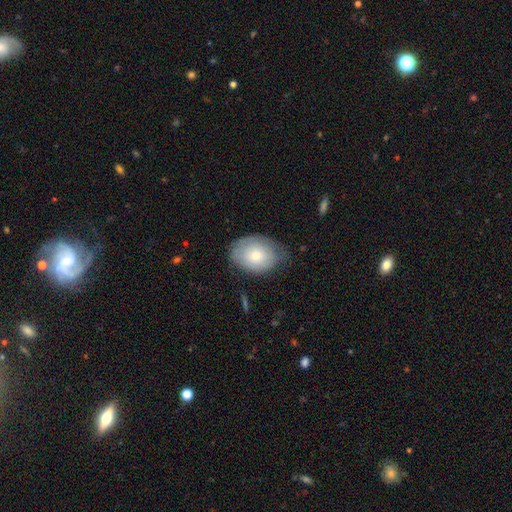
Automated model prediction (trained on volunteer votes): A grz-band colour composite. It shows a smooth galaxy with no disk features (72%) that is in between round and cigar-shaped (77%). Merging: none (61%).